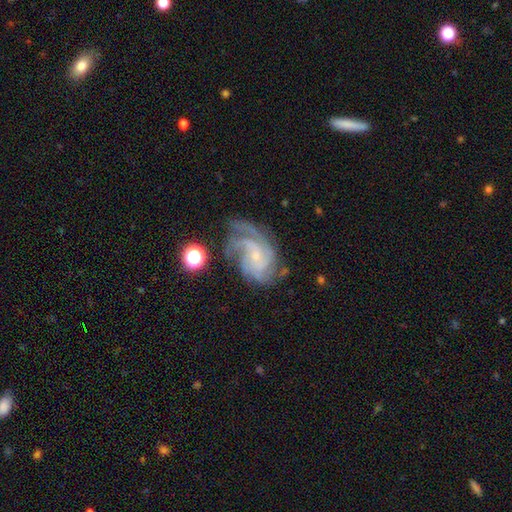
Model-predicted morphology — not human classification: type=featured or disk (87%); edge-on=no (98%); bar=no (62%); spiral arms=yes (98%); winding=tight (52%); arm count=3 (32%); bulge=small (76%); merging=none (62%).